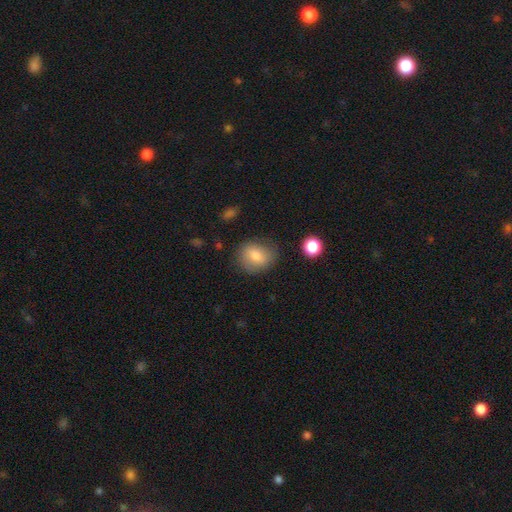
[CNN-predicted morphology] smooth-or-featured: smooth: 78% | featured or disk: 13% | star or artifact: 9%
  how-rounded: round: 56% | in between: 43% | cigar-shaped: 1%
  merging: none: 72% | minor disturbance: 20% | major disturbance: 6% | merger: 2%